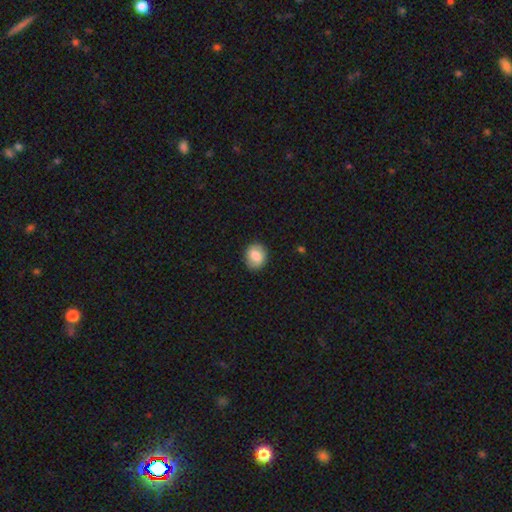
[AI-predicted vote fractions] Morphology: type=smooth (74%); roundness=round (68%); merging=none (87%).